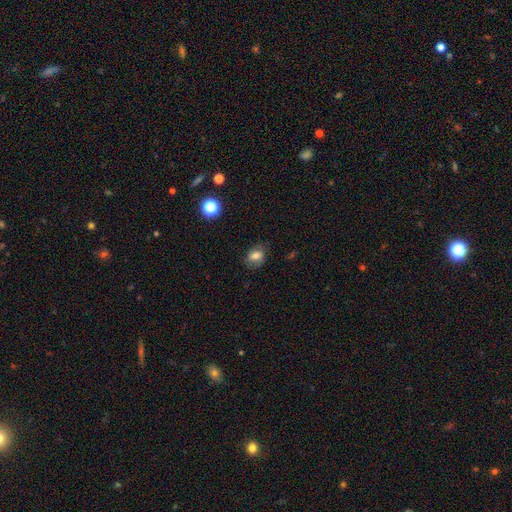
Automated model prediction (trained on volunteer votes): Overall: smooth (69%). How rounded: in between (62%; round 37%). Merging: none (75%).